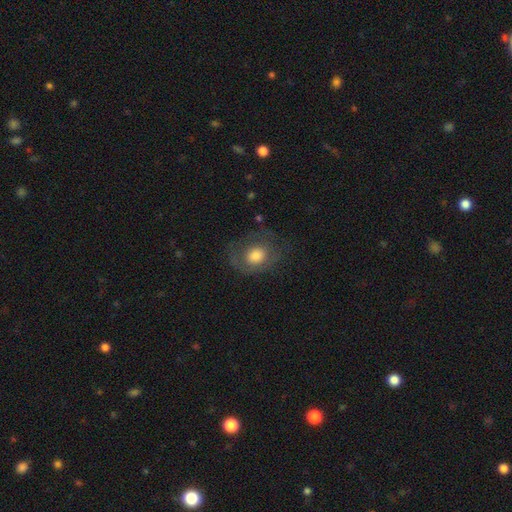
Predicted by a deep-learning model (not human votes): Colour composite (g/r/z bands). It shows a smooth galaxy with no disk features (65%) that is round (56%). Merging: none (62%).